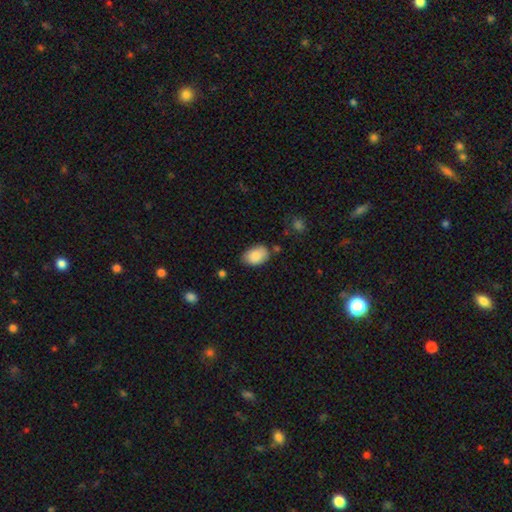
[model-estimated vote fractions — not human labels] Overall: smooth (87%). How rounded: in between (88%). Merging: none (70%).